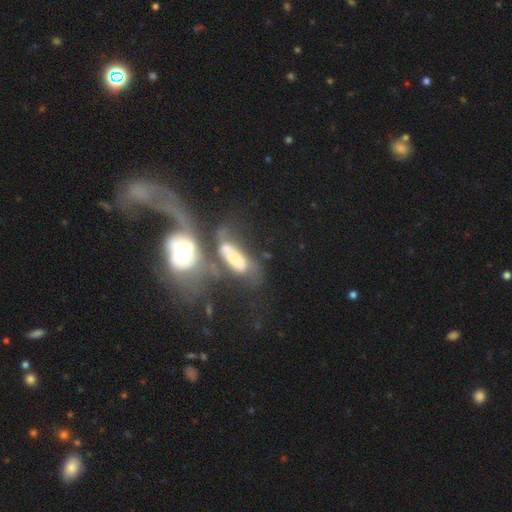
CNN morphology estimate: This appears to be a featured or disk galaxy (55%). Merging: merger (74%).